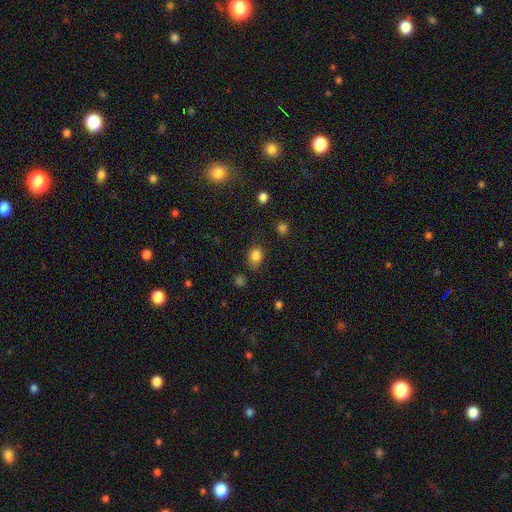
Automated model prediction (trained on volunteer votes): Smooth or featured? smooth (83%)
How rounded? in between (52%)
Merging? none (72%)